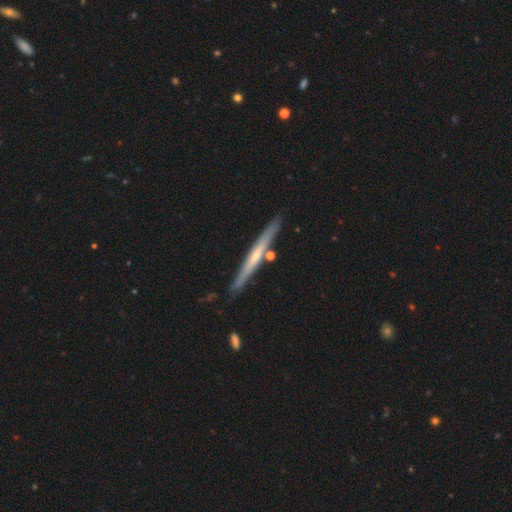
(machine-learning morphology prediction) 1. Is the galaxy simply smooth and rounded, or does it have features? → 62% featured or disk, 33% smooth, 6% star or artifact.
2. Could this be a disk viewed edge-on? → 96% yes, 4% no.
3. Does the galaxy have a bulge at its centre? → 50% none, 44% rounded, 6% boxy.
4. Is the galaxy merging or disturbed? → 84% none, 10% minor disturbance, 5% merger, 2% major disturbance.